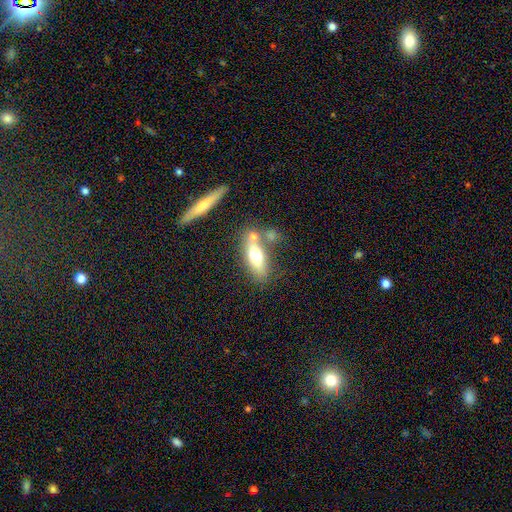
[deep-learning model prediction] A smooth galaxy with no disk features (61%) that is in between round and cigar-shaped (66%). Merging: none (54%).